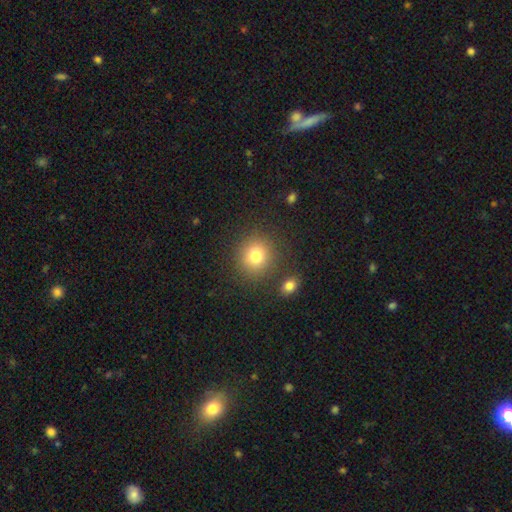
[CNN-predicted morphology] Smooth or featured? Predicted: smooth (p=0.78). How rounded? Predicted: round (p=0.87). Merging? Predicted: none (p=0.84).